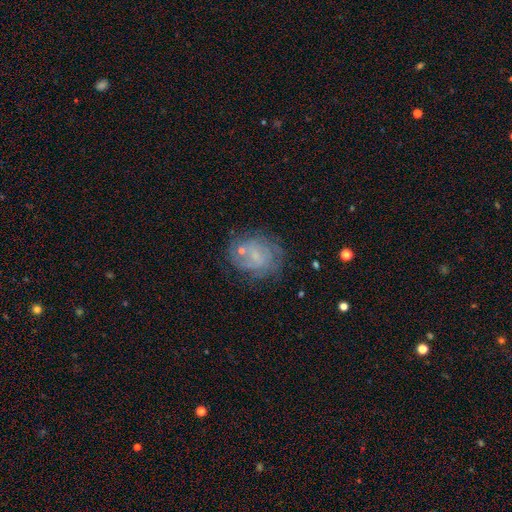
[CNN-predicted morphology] Smooth or featured?
  - featured or disk: 58% *
  - smooth: 30%
  - star or artifact: 12%
Edge-on disk?
  - no: 97% *
  - yes: 3%
Bar?
  - no: 61% *
  - weak: 33%
  - strong: 6%
Spiral arms?
  - yes: 71% *
  - no: 29%
Bulge size?
  - small: 62% *
  - none: 21%
  - moderate: 14%
  - large: 2%
  - dominant: 1%
Merging?
  - none: 62% *
  - minor disturbance: 19%
  - major disturbance: 11%
  - merger: 7%